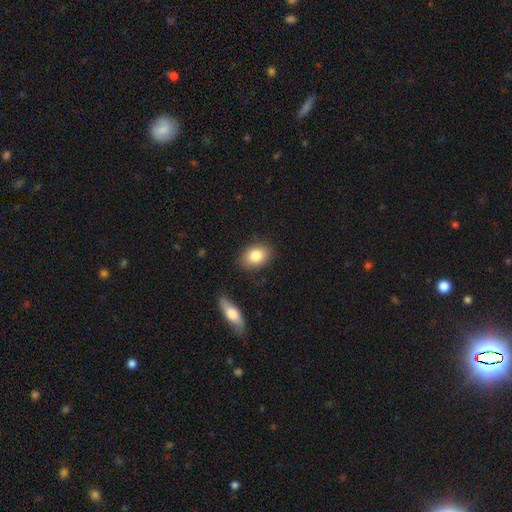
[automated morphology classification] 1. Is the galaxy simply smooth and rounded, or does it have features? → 83% smooth, 10% featured or disk, 7% star or artifact.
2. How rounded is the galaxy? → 73% in between, 25% round, 2% cigar-shaped.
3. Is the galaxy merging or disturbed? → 84% none, 11% minor disturbance, 3% merger, 2% major disturbance.